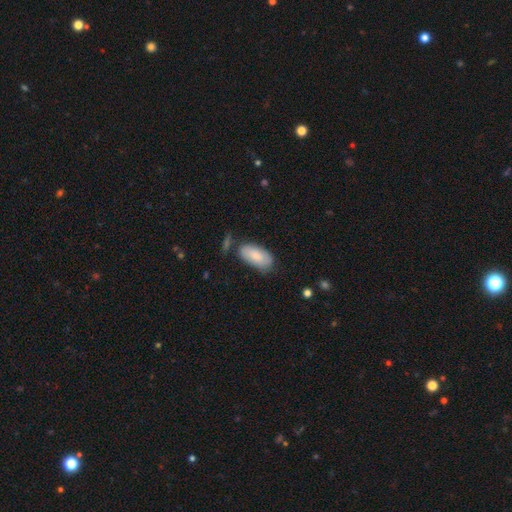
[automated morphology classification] smooth_or_featured: smooth (p=0.81) [alt: featured or disk p=0.13]
how_rounded: in between (p=0.93) [alt: cigar-shaped p=0.05]
merging: none (p=0.66) [alt: minor disturbance p=0.22]